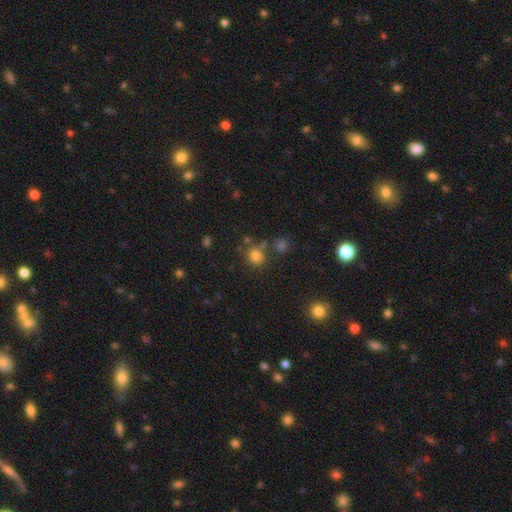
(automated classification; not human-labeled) A smooth galaxy with no disk features (78%) that is round (79%). Merging: none (67%).